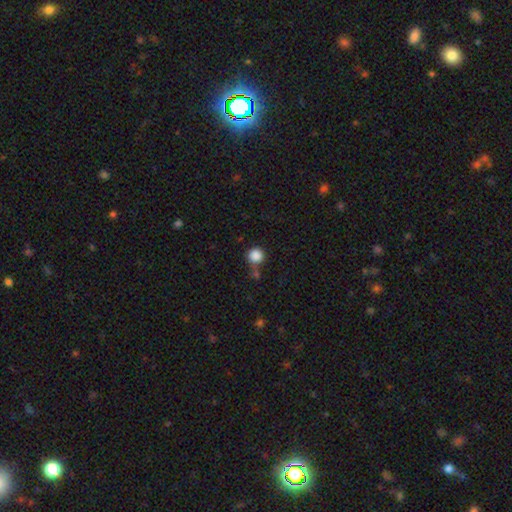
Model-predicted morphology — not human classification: type=smooth (87%); roundness=round (93%); merging=none (70%).